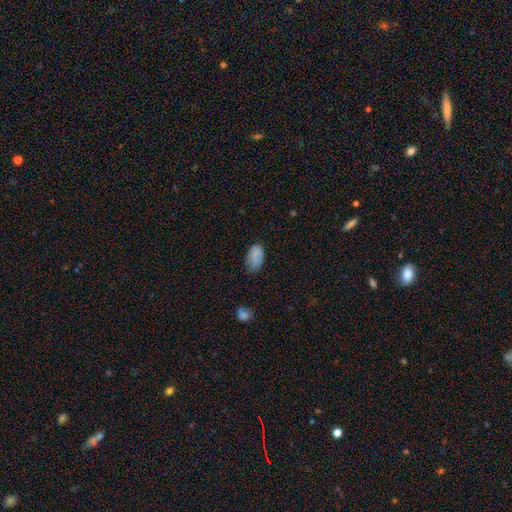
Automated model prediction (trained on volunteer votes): Smooth or featured? Predicted: smooth (p=0.84). How rounded? Predicted: in between (p=0.93). Merging? Predicted: none (p=0.62).